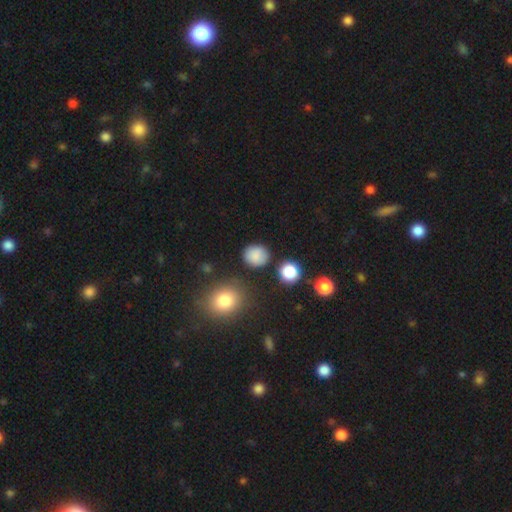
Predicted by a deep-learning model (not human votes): A smooth galaxy with no disk features (84%) that is round (79%). Merging: none (82%).